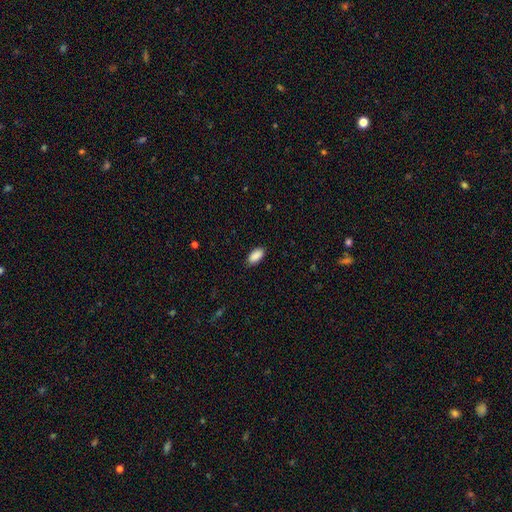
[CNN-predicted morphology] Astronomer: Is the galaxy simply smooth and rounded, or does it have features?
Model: smooth — 90%.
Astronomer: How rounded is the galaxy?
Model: in between — 93%.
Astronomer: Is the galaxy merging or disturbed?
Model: none — 86%.